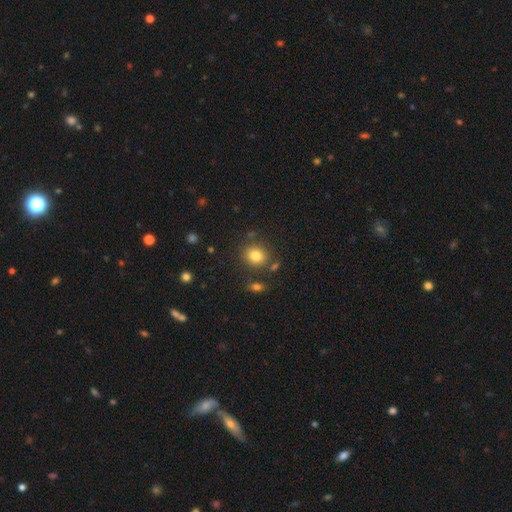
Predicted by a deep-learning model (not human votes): Overall: smooth (81%). How rounded: round (69%; in between 30%). Merging: none (79%).